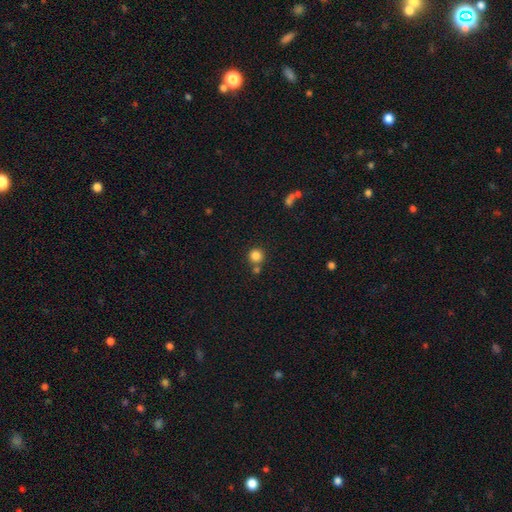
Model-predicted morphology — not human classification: smooth-or-featured: smooth: 83% | star or artifact: 12% | featured or disk: 5%
  how-rounded: round: 93% | in between: 6% | cigar-shaped: 1%
  merging: none: 70% | merger: 19% | minor disturbance: 8% | major disturbance: 3%